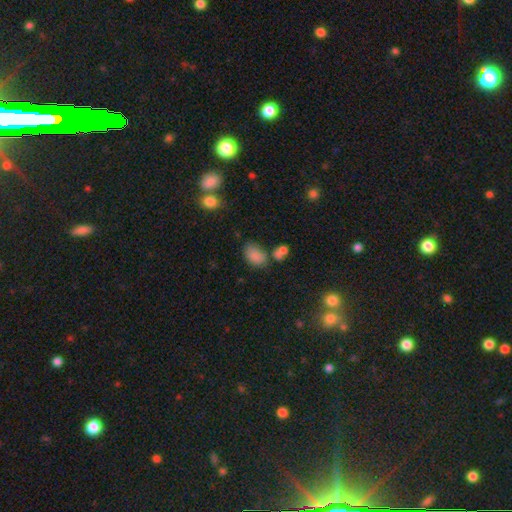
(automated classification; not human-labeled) Q: Smooth or featured?
A: smooth (82%); runner-up: star or artifact (11%)
Q: How rounded?
A: in between (87%); runner-up: round (12%)
Q: Merging?
A: none (55%); runner-up: minor disturbance (21%)